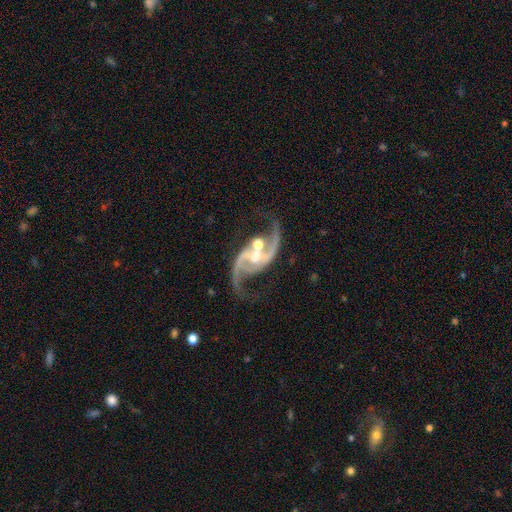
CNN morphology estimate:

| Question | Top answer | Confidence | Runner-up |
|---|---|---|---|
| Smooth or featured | featured or disk | 92% | star or artifact (5%) |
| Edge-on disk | no | 97% | yes (3%) |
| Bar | weak | 42% | no (30%) |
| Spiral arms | yes | 98% | no (2%) |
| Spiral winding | loose | 55% | medium (38%) |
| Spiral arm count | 2 | 94% | can't tell (1%) |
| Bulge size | moderate | 52% | small (37%) |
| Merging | none | 57% | merger (19%) |